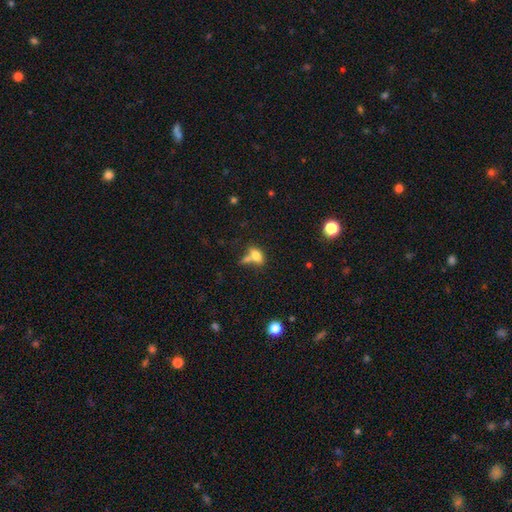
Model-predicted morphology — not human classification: Smooth or featured?
  - smooth: 72% *
  - featured or disk: 17%
  - star or artifact: 11%
How rounded?
  - in between: 80% *
  - round: 12%
  - cigar-shaped: 9%
Merging?
  - none: 39% *
  - merger: 38%
  - minor disturbance: 15%
  - major disturbance: 9%